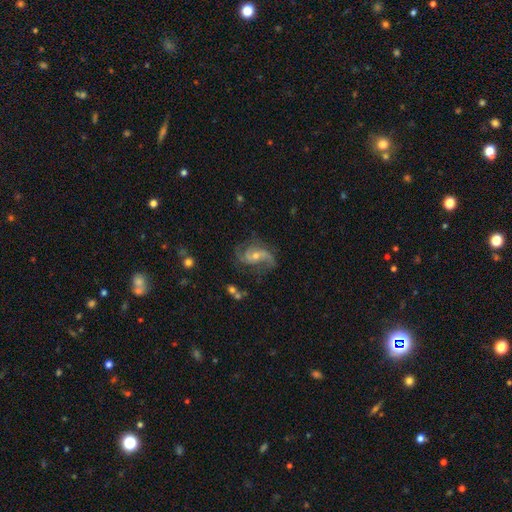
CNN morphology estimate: A featured or disk galaxy (85%) with no bar (50%), 2 (61%) loose (46%) spiral arms (96%) and a moderate central bulge (50%). Merging: none (60%).